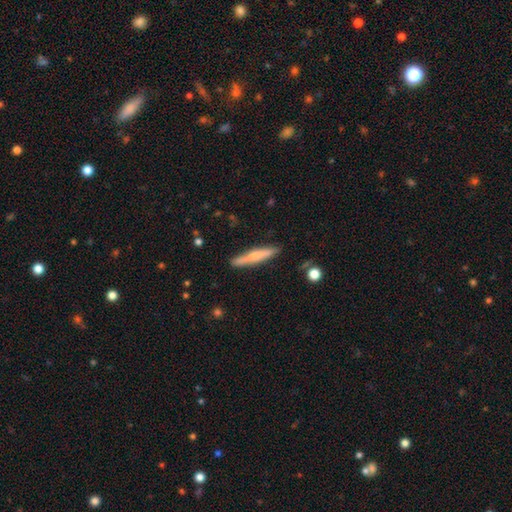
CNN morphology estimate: Smooth or featured: smooth — 51% (featured or disk — 43%)
How rounded: cigar-shaped — 92% (in between — 6%)
Merging: none — 88% (minor disturbance — 8%)